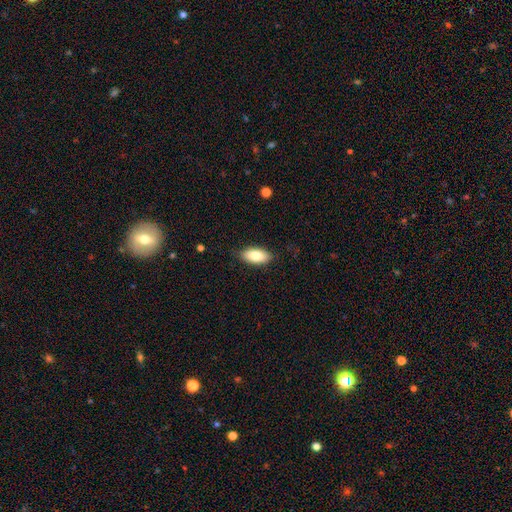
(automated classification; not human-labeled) Morphology: type=smooth (83%); roundness=in between (92%); merging=none (85%).